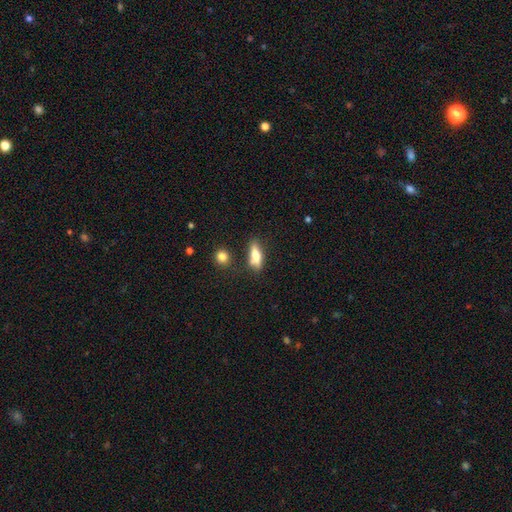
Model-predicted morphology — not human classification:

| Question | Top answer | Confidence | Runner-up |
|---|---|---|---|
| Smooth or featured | smooth | 66% | featured or disk (27%) |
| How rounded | in between | 57% | cigar-shaped (39%) |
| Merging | none | 71% | minor disturbance (17%) |